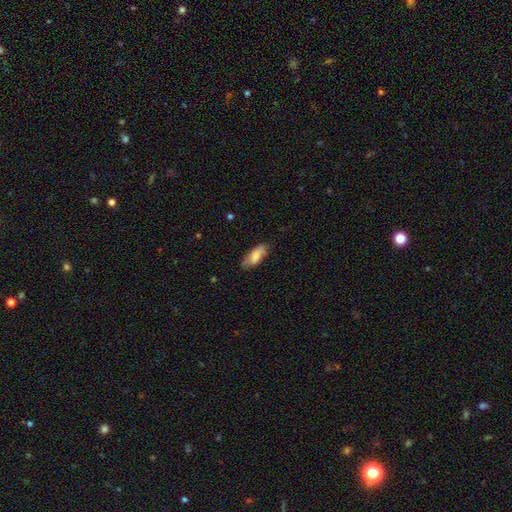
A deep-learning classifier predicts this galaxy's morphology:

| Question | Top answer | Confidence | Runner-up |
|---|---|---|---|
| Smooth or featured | smooth | 78% | featured or disk (16%) |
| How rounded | in between | 80% | cigar-shaped (18%) |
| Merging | none | 70% | minor disturbance (24%) |